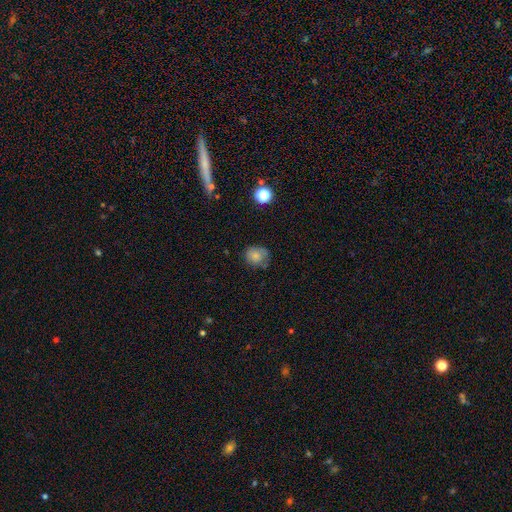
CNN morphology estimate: Smooth or featured?
  - smooth: 76% *
  - featured or disk: 13%
  - star or artifact: 11%
How rounded?
  - round: 68% *
  - in between: 31%
  - cigar-shaped: 1%
Merging?
  - none: 64% *
  - minor disturbance: 26%
  - major disturbance: 8%
  - merger: 2%